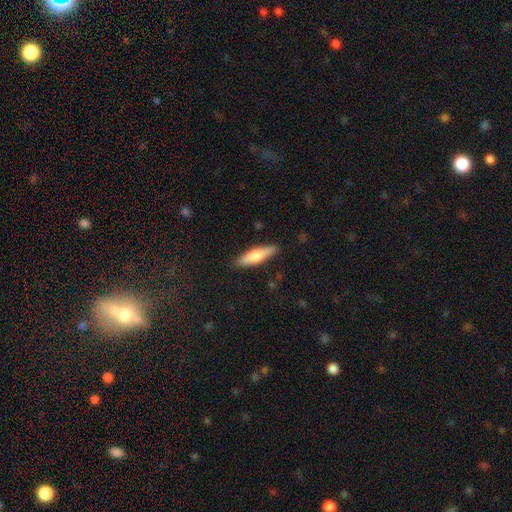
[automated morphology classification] This is likely a smooth galaxy (62%). How rounded: likely cigar-shaped (66%). Merging: clearly none (88%).